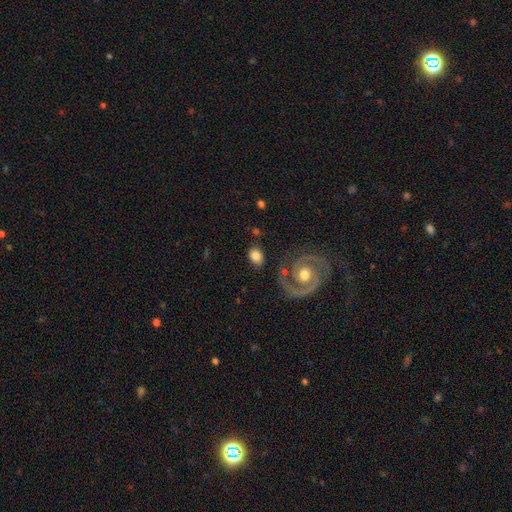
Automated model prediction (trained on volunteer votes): smooth-or-featured: smooth: 71% | featured or disk: 22% | star or artifact: 7%
  how-rounded: in between: 68% | round: 31% | cigar-shaped: 1%
  merging: none: 80% | minor disturbance: 11% | merger: 5% | major disturbance: 4%